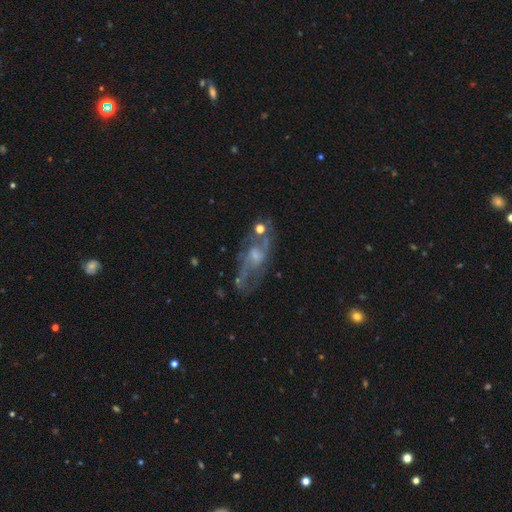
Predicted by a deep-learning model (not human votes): Smooth or featured? Predicted: featured or disk (p=0.75). Edge-on disk? Predicted: no (p=0.89). Bar? Predicted: no (p=0.55). Spiral arms? Predicted: yes (p=0.79). Spiral winding? Predicted: medium (p=0.45). Spiral arm count? Predicted: 2 (p=0.52). Bulge size? Predicted: small (p=0.46). Merging? Predicted: none (p=0.64).